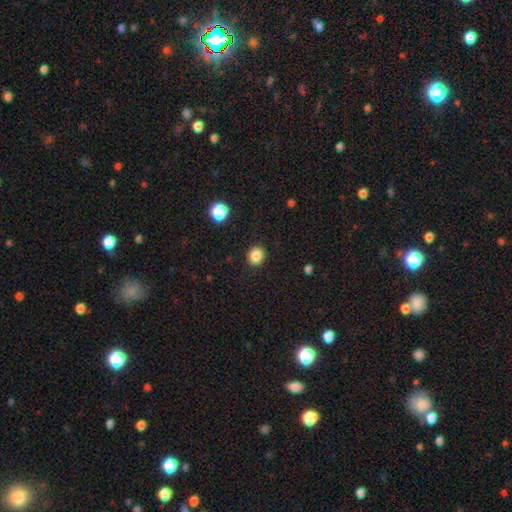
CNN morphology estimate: Smooth or featured: smooth — 86% (star or artifact — 10%)
How rounded: round — 71% (in between — 28%)
Merging: none — 90% (minor disturbance — 7%)